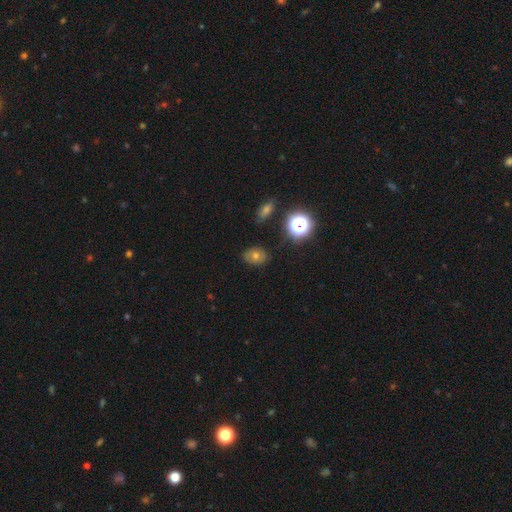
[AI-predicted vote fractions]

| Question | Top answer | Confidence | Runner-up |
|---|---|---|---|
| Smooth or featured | smooth | 60% | star or artifact (23%) |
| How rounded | in between | 63% | round (36%) |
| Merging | none | 79% | minor disturbance (15%) |